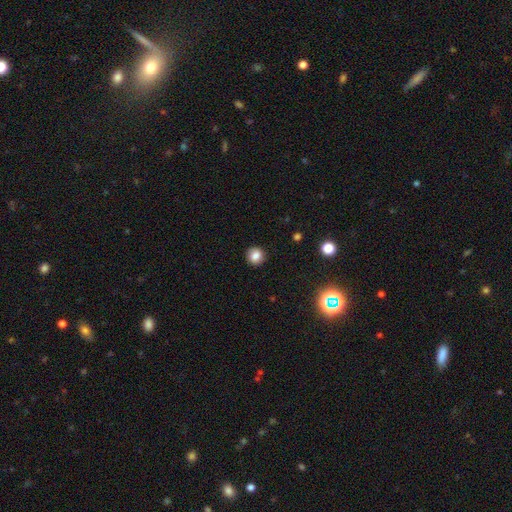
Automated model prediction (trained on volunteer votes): smooth 83%, star or artifact 11%, featured or disk 5%. Down the decision tree: how rounded — round (91%); merging — none (91%).